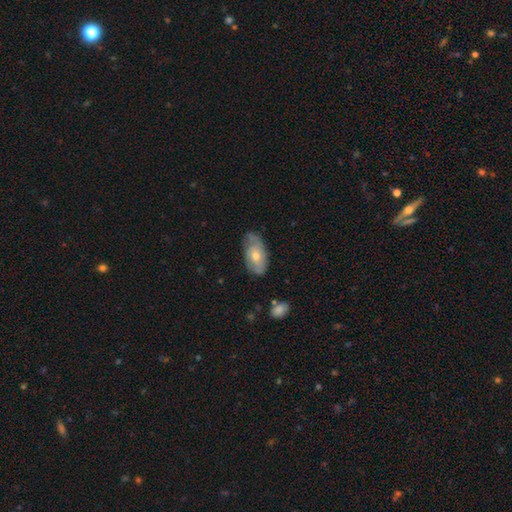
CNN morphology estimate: smooth-or-featured: featured or disk: 49% | smooth: 44% | star or artifact: 7%
  merging: none: 63% | minor disturbance: 29% | major disturbance: 6% | merger: 2%